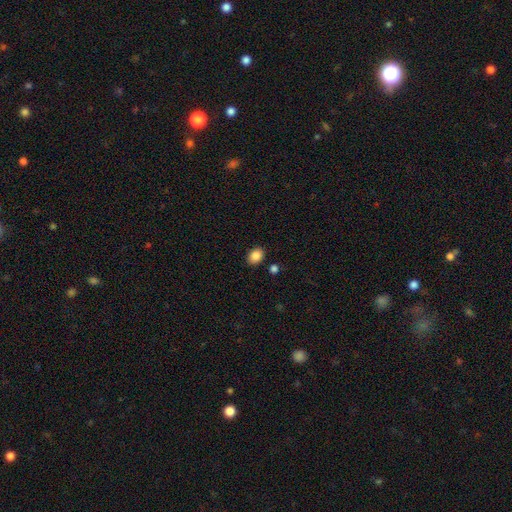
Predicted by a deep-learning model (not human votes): The model was most divided on "how rounded": in between: 65%, round: 34%, cigar-shaped: 1%. More confident: smooth or featured — smooth (87%); merging — none (86%).